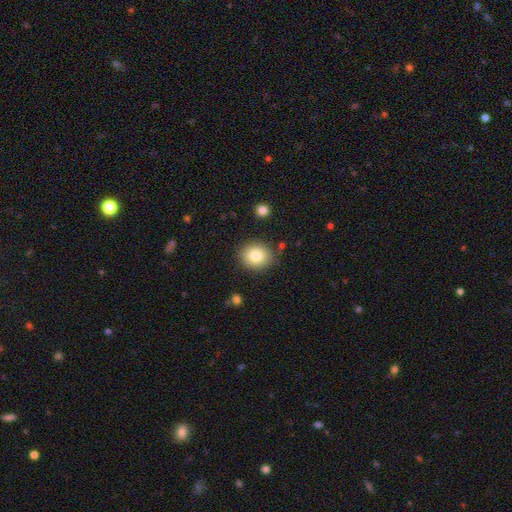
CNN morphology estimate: The model was most divided on "how rounded": round: 72%, in between: 27%, cigar-shaped: 1%. More confident: merging — none (85%); smooth or featured — smooth (82%).